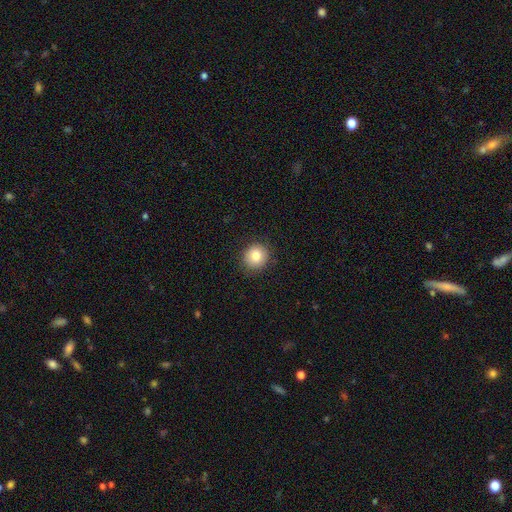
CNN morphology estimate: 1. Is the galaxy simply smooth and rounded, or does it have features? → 82% smooth, 9% star or artifact, 8% featured or disk.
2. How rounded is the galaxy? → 87% round, 12% in between, 1% cigar-shaped.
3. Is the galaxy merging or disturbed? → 88% none, 9% minor disturbance, 2% major disturbance, 1% merger.